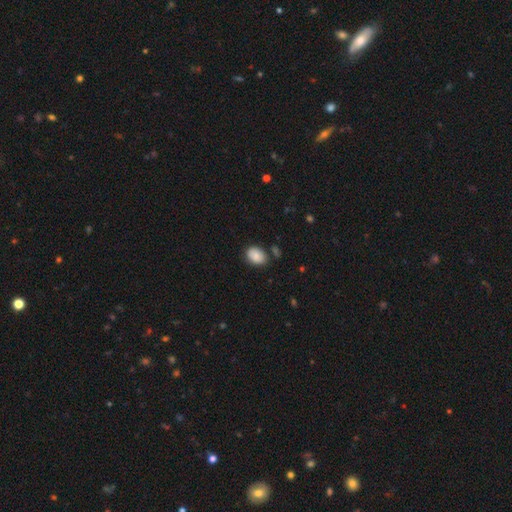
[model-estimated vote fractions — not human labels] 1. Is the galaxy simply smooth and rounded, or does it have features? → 85% smooth, 7% star or artifact, 7% featured or disk.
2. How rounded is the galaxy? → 79% in between, 20% round, 1% cigar-shaped.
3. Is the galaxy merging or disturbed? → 73% none, 18% minor disturbance, 5% merger, 4% major disturbance.